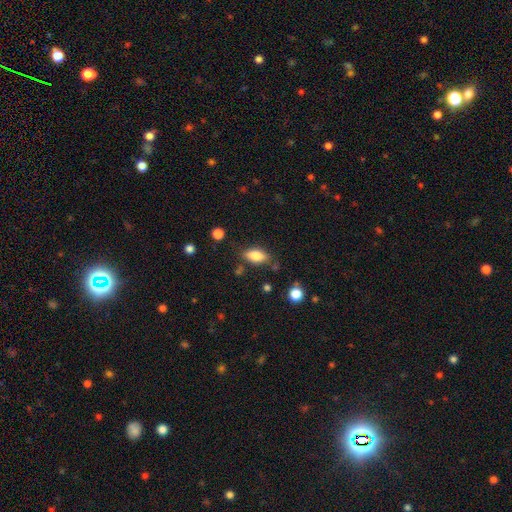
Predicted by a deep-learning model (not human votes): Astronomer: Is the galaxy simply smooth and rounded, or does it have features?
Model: smooth — 80%.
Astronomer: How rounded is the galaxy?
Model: in between — 85%.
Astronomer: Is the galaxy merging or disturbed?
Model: none — 76%.